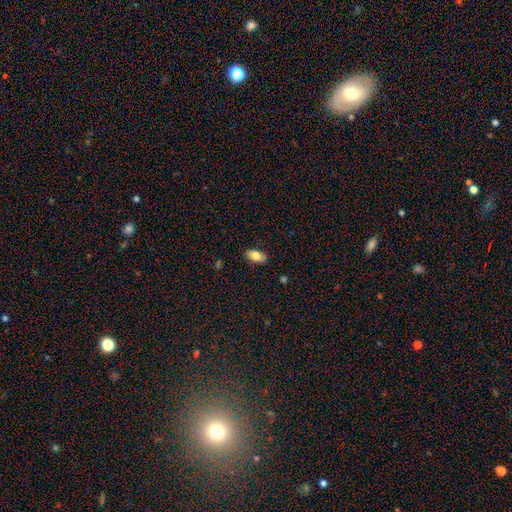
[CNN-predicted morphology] A smooth galaxy with no disk features (79%) that is in between round and cigar-shaped (91%). Merging: none (85%).